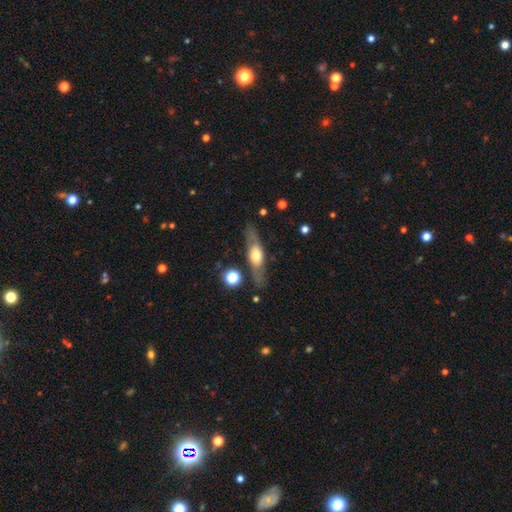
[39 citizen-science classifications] Volunteers were most divided on "smooth or featured": featured or disk: 54%, smooth: 44%, star or artifact: 3%. More confident: edge-on bulge — rounded (100%); merging — none (87%); edge-on disk — yes (67%).